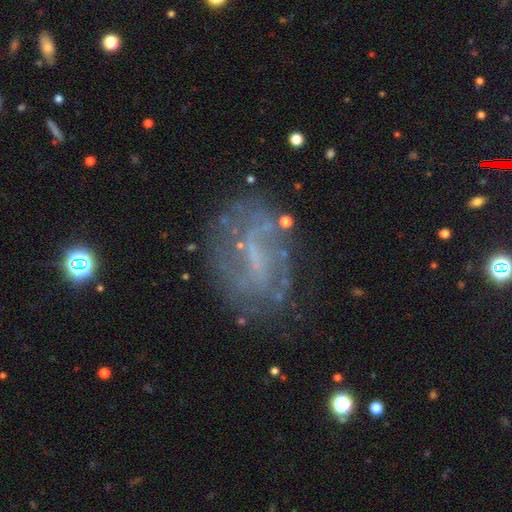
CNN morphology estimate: This appears to be a featured or disk galaxy (69%) with a weak bar (47%), spiral arms (68%) and no central bulge (50%). Merging: none (67%).